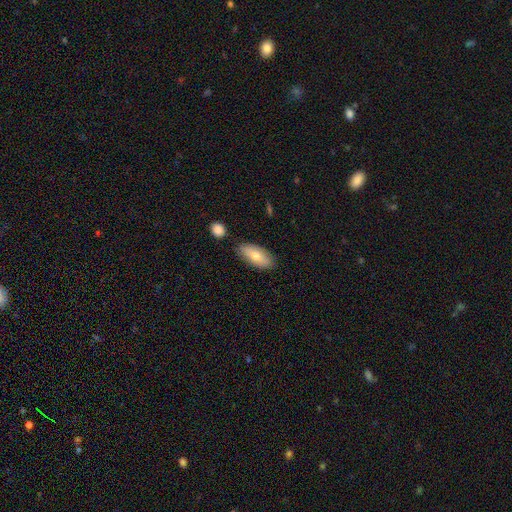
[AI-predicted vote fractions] smooth-or-featured: smooth: 69% | featured or disk: 24% | star or artifact: 7%
  how-rounded: in between: 86% | cigar-shaped: 12% | round: 3%
  merging: none: 81% | minor disturbance: 13% | merger: 4% | major disturbance: 2%